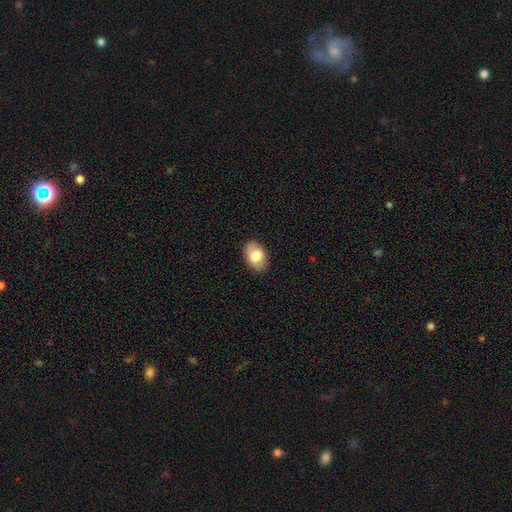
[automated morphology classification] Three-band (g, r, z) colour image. It shows a smooth galaxy with no disk features (79%) that is in between round and cigar-shaped (88%). Merging: none (86%).